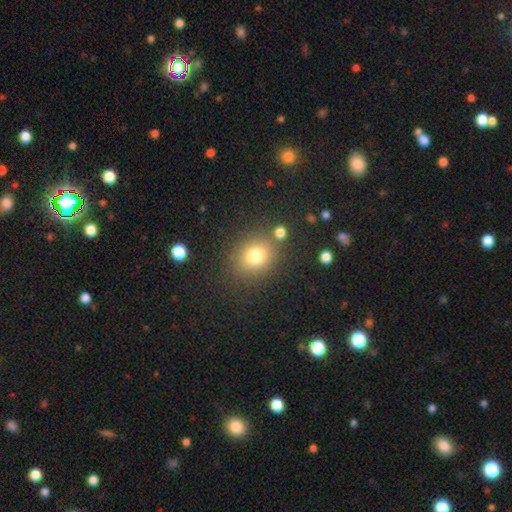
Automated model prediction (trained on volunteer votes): This is likely a smooth galaxy (78%). How rounded: likely round (61%). Merging: likely none (76%).